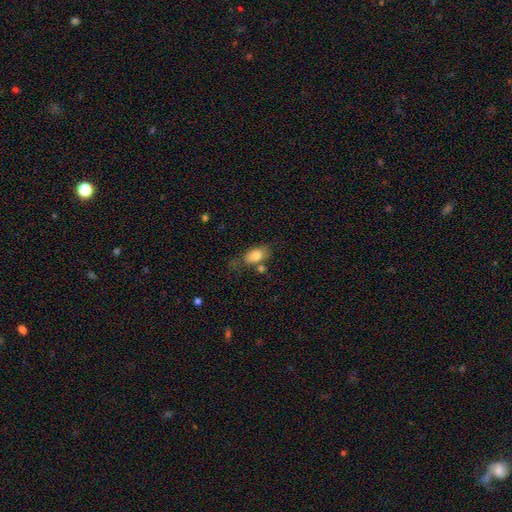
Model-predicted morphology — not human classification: type=smooth (79%); roundness=in between (86%); merging=none (55%).